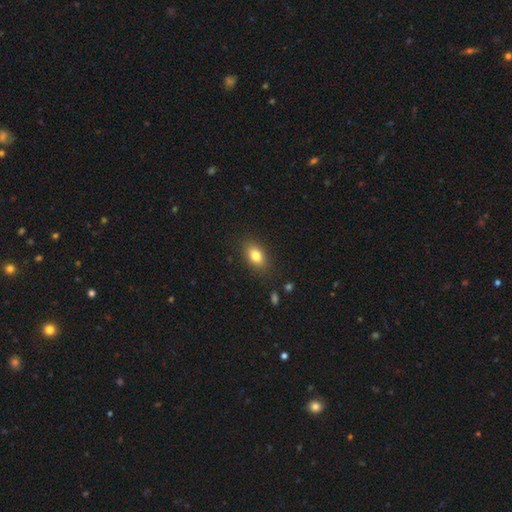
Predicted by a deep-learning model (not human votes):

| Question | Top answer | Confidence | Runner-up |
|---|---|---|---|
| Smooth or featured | smooth | 81% | featured or disk (10%) |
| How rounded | in between | 84% | round (12%) |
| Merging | none | 86% | minor disturbance (10%) |